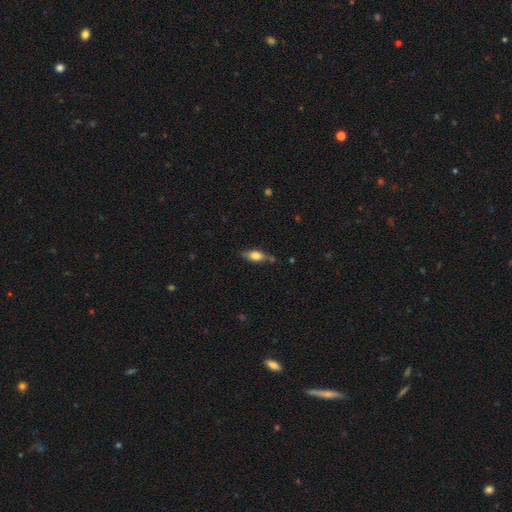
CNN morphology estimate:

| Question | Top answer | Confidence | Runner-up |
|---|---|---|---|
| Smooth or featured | smooth | 62% | featured or disk (31%) |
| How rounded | in between | 68% | cigar-shaped (28%) |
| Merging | none | 72% | minor disturbance (20%) |